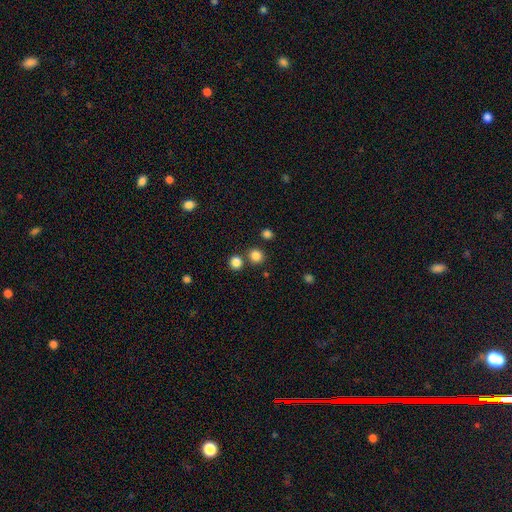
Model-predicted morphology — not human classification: Overall: smooth (83%). How rounded: round (90%). Merging: none (79%).